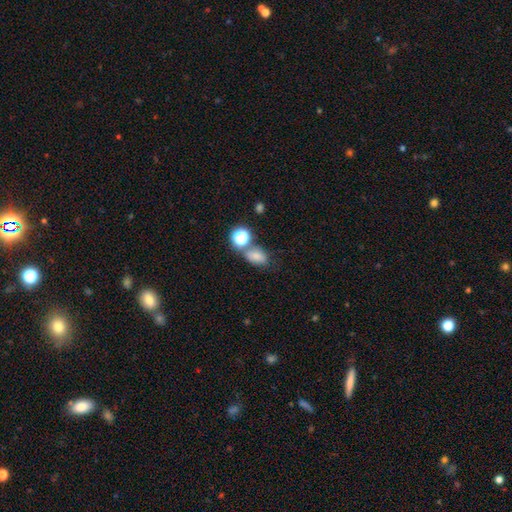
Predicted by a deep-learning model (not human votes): A smooth galaxy with no disk features (73%) that is in between round and cigar-shaped (74%).

Vote fractions:
- Smooth or featured? smooth: 73% / star or artifact: 16% / featured or disk: 10%
- How rounded? in between: 74% / round: 24% / cigar-shaped: 2%
- Merging? none: 51% / merger: 25% / minor disturbance: 16% / major disturbance: 7%